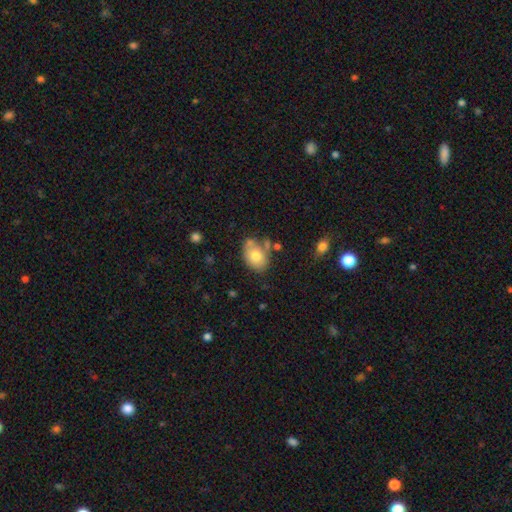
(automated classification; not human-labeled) smooth-or-featured: smooth: 74% | featured or disk: 18% | star or artifact: 8%
  how-rounded: in between: 76% | round: 23% | cigar-shaped: 1%
  merging: none: 60% | minor disturbance: 21% | merger: 12% | major disturbance: 6%